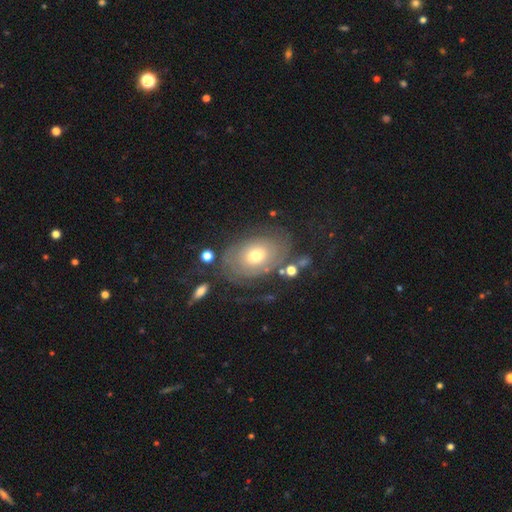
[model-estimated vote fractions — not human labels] Smooth or featured? Predicted: featured or disk (p=0.70). Edge-on disk? Predicted: no (p=0.95). Bar? Predicted: no (p=0.83). Spiral arms? Predicted: yes (p=0.79). Spiral winding? Predicted: tight (p=0.72). Spiral arm count? Predicted: can't tell (p=0.48). Bulge size? Predicted: moderate (p=0.64). Merging? Predicted: none (p=0.65).